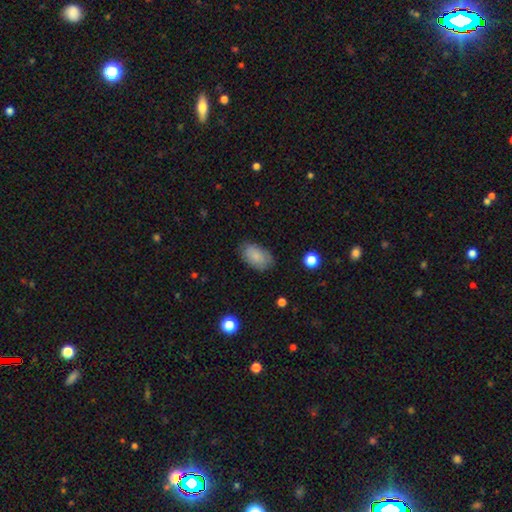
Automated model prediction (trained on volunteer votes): This appears to be a smooth galaxy with no disk features (84%) that is in between round and cigar-shaped (93%). Merging: none (78%).